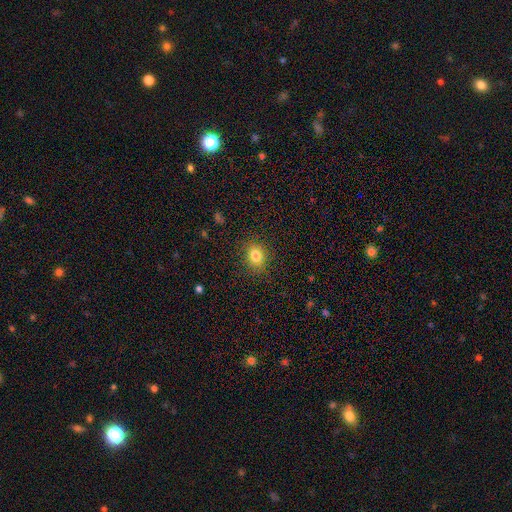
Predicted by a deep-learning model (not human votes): A smooth galaxy with no disk features (82%) that is round (55%). Merging: none (87%).